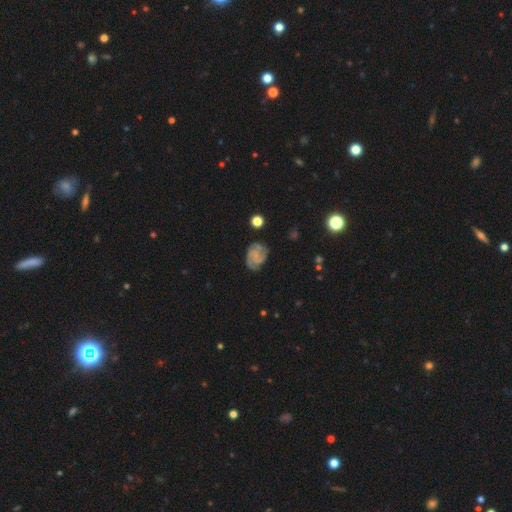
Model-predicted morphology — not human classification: Overall: featured or disk (67%). Edge-on disk: no (98%). Bar: no (68%). Spiral arms: yes (90%). Spiral arm count: 3 (37%; 2 25%). Spiral winding: tight (42%, tied with medium). Bulge size: none (55%; small 32%). Merging: none (70%).